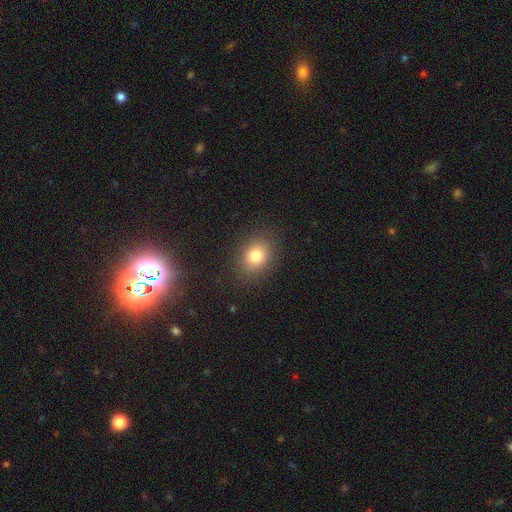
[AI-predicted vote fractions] This appears to be a smooth galaxy with no disk features (80%) that is round (54%). Merging: none (86%).